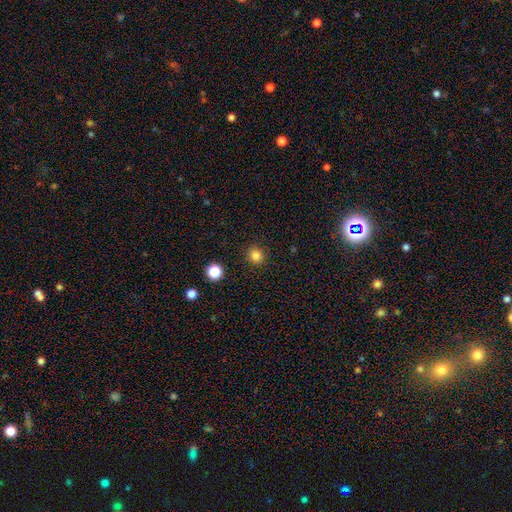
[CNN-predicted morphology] smooth-or-featured: smooth: 83% | star or artifact: 13% | featured or disk: 4%
  how-rounded: round: 90% | in between: 9% | cigar-shaped: 1%
  merging: none: 91% | minor disturbance: 6% | major disturbance: 2% | merger: 1%